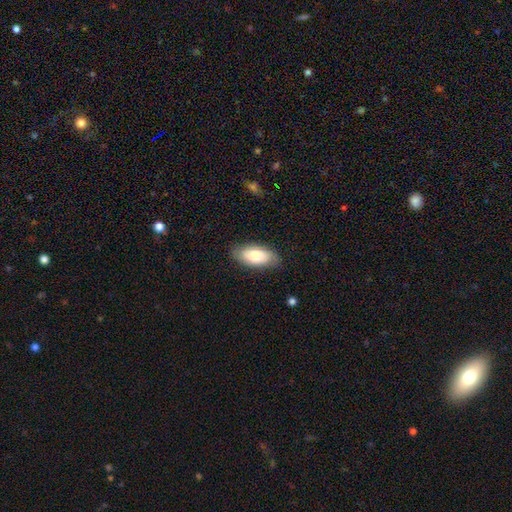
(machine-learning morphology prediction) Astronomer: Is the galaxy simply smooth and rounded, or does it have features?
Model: smooth — 79%.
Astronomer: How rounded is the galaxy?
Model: in between — 90%.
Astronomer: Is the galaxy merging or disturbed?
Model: none — 82%.